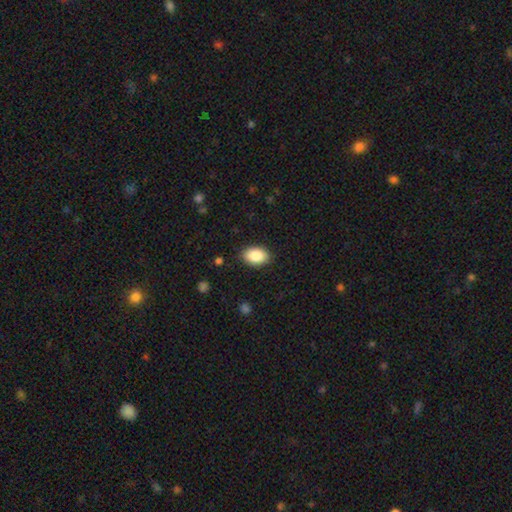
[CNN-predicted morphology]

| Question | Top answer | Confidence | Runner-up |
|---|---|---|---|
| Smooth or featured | smooth | 88% | star or artifact (7%) |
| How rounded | in between | 89% | round (10%) |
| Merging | none | 88% | minor disturbance (9%) |